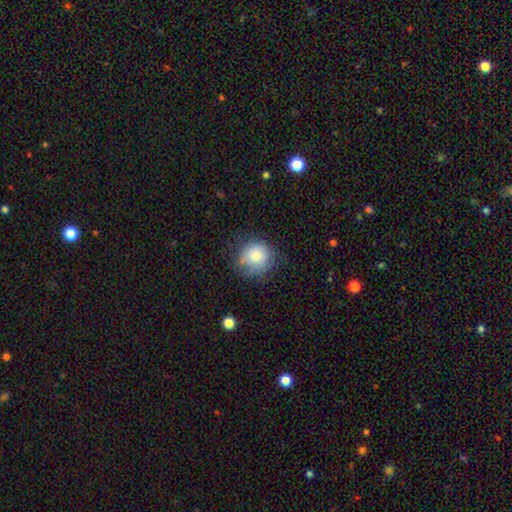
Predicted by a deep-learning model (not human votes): smooth-or-featured: smooth: 76% | featured or disk: 16% | star or artifact: 8%
  how-rounded: round: 87% | in between: 12% | cigar-shaped: 1%
  merging: none: 64% | minor disturbance: 25% | major disturbance: 9% | merger: 2%